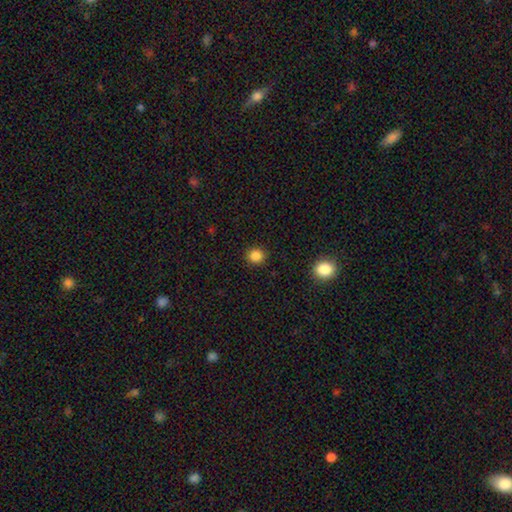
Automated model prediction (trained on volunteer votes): A smooth galaxy with no disk features (84%) that is round (86%).

Vote fractions:
- Smooth or featured? smooth: 84% / star or artifact: 12% / featured or disk: 4%
- How rounded? round: 86% / in between: 13% / cigar-shaped: 1%
- Merging? none: 90% / minor disturbance: 7% / major disturbance: 2% / merger: 1%